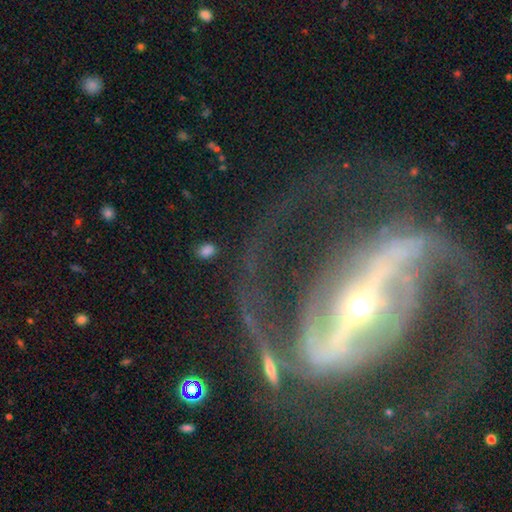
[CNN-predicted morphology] Smooth or featured? Predicted: featured or disk (p=0.92). Edge-on disk? Predicted: no (p=0.95). Bar? Predicted: strong (p=0.82). Spiral arms? Predicted: yes (p=0.96). Spiral winding? Predicted: medium (p=0.56). Spiral arm count? Predicted: 2 (p=0.91). Bulge size? Predicted: small (p=0.72). Merging? Predicted: none (p=0.70).